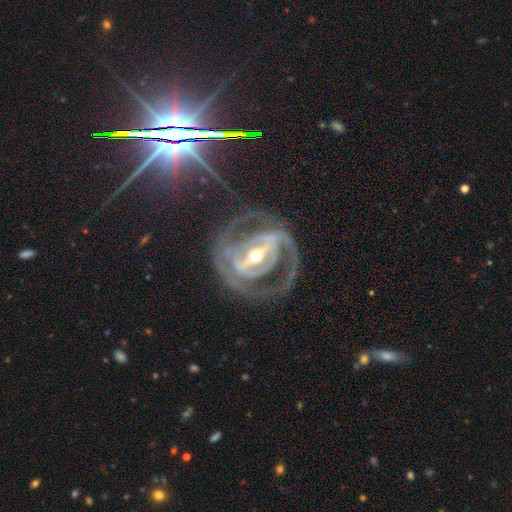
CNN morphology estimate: Overall: featured or disk (88%). Edge-on disk: no (94%). Bar: strong (75%). Spiral arms: yes (90%). Spiral arm count: 2 (68%). Spiral winding: tight (50%; medium 40%). Bulge size: moderate (54%; small 41%). Merging: none (68%).